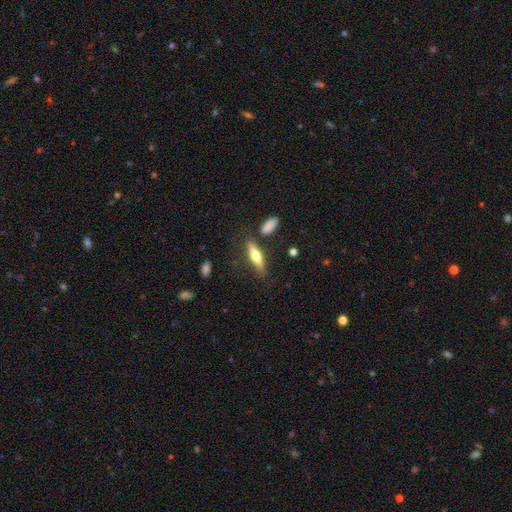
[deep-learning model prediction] smooth-or-featured: smooth: 52% | featured or disk: 41% | star or artifact: 6%
  how-rounded: cigar-shaped: 69% | in between: 28% | round: 2%
  merging: none: 74% | minor disturbance: 15% | merger: 6% | major disturbance: 5%